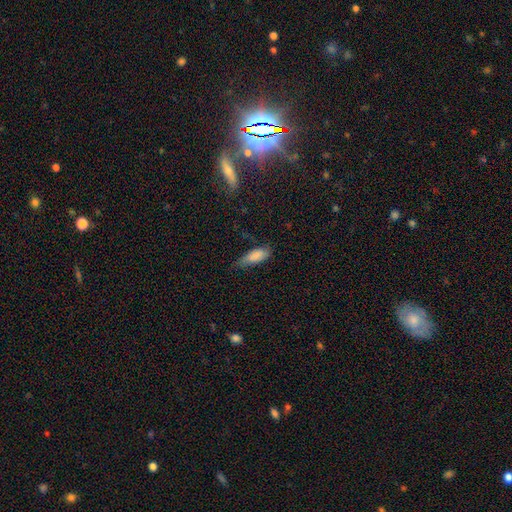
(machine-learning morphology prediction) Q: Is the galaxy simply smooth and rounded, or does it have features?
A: smooth — 83%.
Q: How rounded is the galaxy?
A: in between — 75%.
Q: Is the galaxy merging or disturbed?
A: none — 53%.